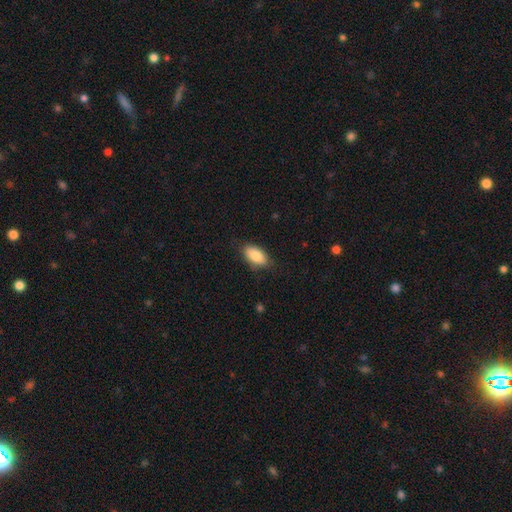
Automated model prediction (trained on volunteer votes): smooth-or-featured: smooth: 86% | featured or disk: 8% | star or artifact: 6%
  how-rounded: in between: 93% | cigar-shaped: 4% | round: 3%
  merging: none: 81% | minor disturbance: 15% | major disturbance: 3% | merger: 1%